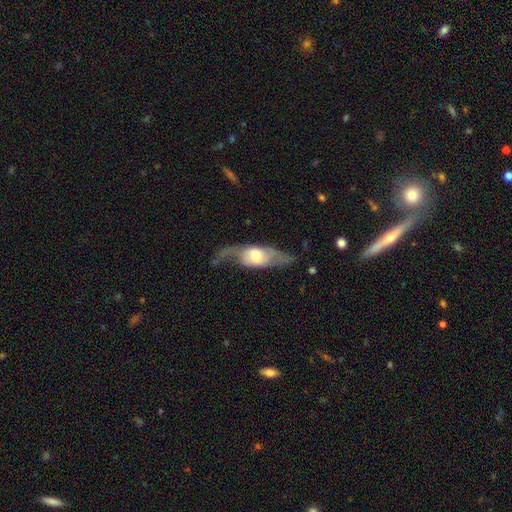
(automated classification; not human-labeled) smooth-or-featured: featured or disk: 63% | smooth: 32% | star or artifact: 6%
  disk-edge-on: no: 69% | yes: 31%
  merging: none: 43% | major disturbance: 30% | minor disturbance: 24% | merger: 4%